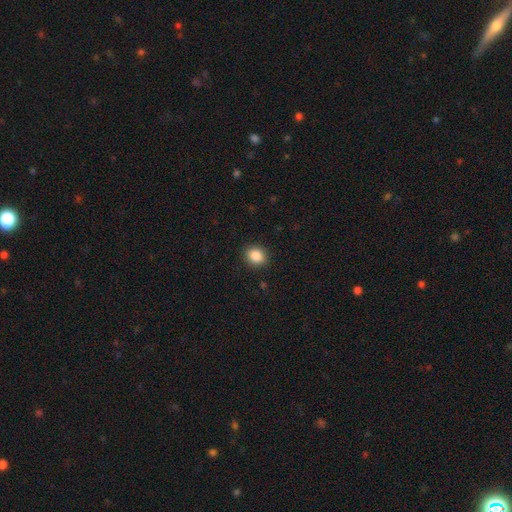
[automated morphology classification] This appears to be a smooth galaxy with no disk features (87%) that is round (68%). Merging: none (90%).